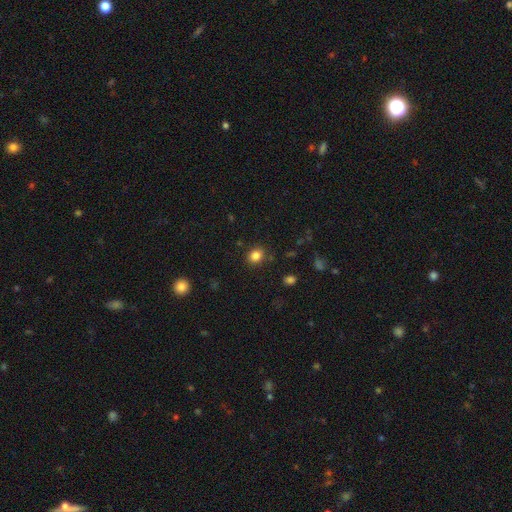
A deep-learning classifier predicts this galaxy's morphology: Overall: smooth (84%). How rounded: round (62%; in between 37%). Merging: none (86%).